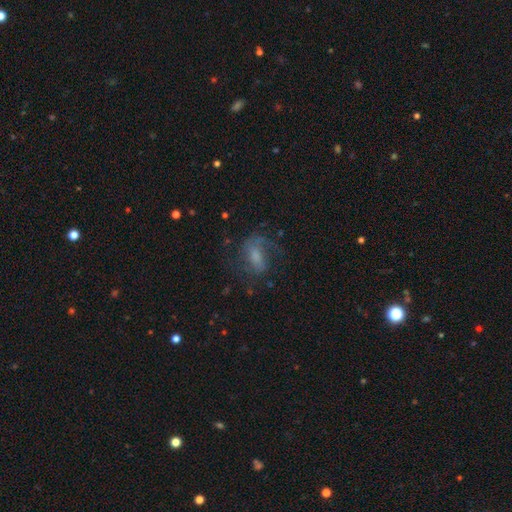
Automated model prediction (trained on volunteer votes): featured or disk 61%, smooth 27%, star or artifact 12%. Down the decision tree: edge-on disk — no (96%); bar — weak (47%); spiral arms — yes (85%); bulge size — moderate (33%); merging — none (55%).